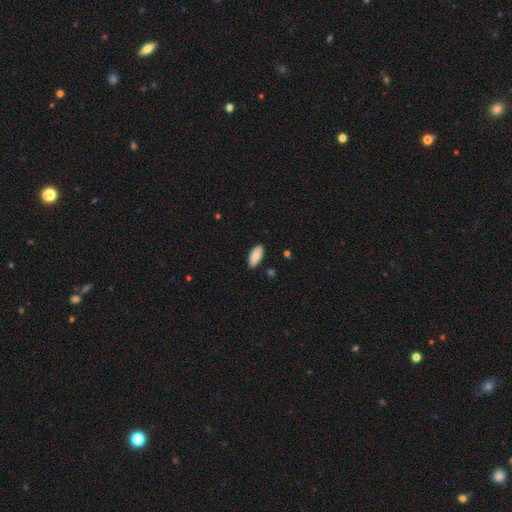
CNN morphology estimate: Q: Smooth or featured?
A: smooth (87%); runner-up: featured or disk (7%)
Q: How rounded?
A: in between (89%); runner-up: cigar-shaped (9%)
Q: Merging?
A: none (86%); runner-up: minor disturbance (10%)